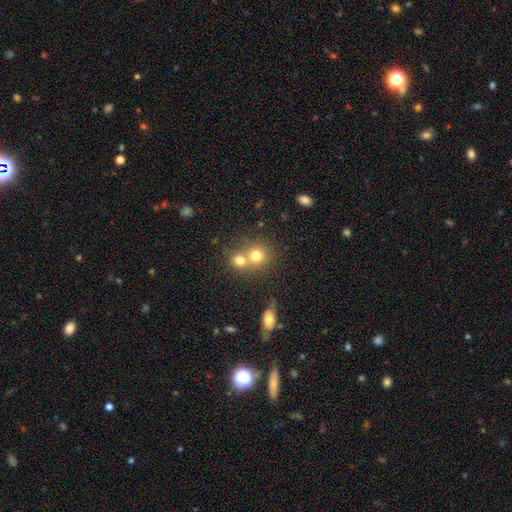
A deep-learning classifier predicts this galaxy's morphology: A smooth galaxy with no disk features (75%) that is round (83%).

Vote fractions:
- Smooth or featured? smooth: 75% / featured or disk: 13% / star or artifact: 12%
- How rounded? round: 83% / in between: 16% / cigar-shaped: 1%
- Merging? merger: 53% / none: 39% / minor disturbance: 6% / major disturbance: 3%